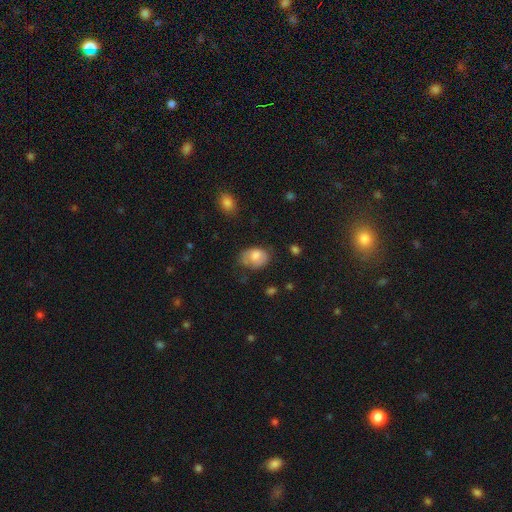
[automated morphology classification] Smooth or featured: smooth — 70% (featured or disk — 22%)
How rounded: in between — 77% (round — 22%)
Merging: none — 52% (minor disturbance — 32%)